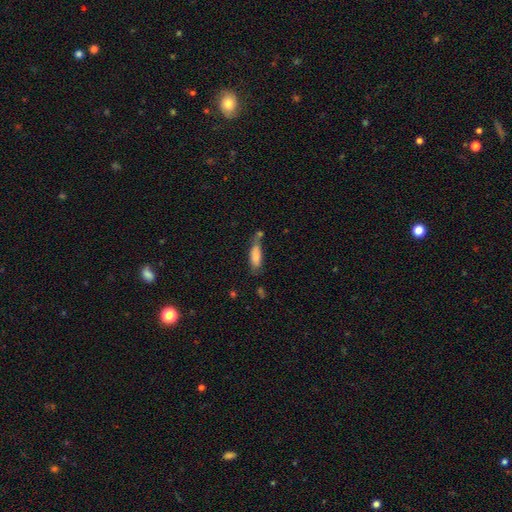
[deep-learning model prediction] Smooth or featured?
  - smooth: 79% *
  - featured or disk: 14%
  - star or artifact: 7%
How rounded?
  - in between: 49% * (tied)
  - cigar-shaped: 49% * (tied)
  - round: 2%
Merging?
  - none: 43% *
  - minor disturbance: 27%
  - merger: 18%
  - major disturbance: 12%